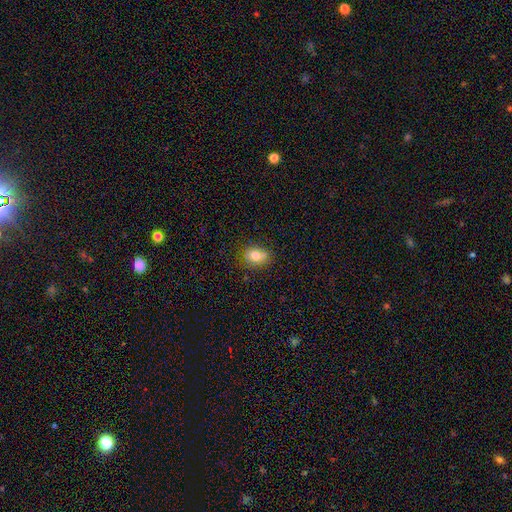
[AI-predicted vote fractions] Q: Smooth or featured?
A: smooth (77%); runner-up: featured or disk (12%)
Q: How rounded?
A: in between (59%); runner-up: round (40%)
Q: Merging?
A: none (73%); runner-up: minor disturbance (17%)